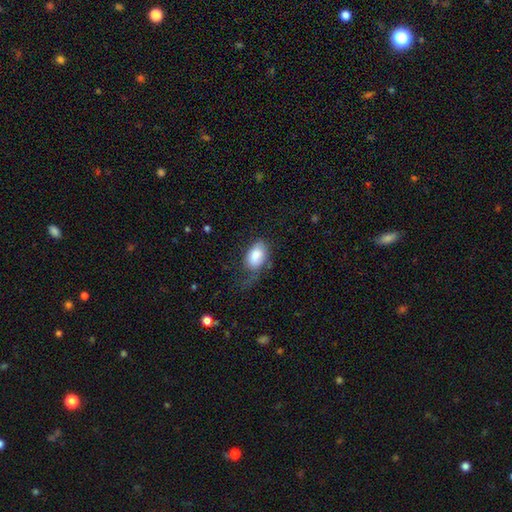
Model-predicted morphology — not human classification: smooth-or-featured: smooth: 82% | featured or disk: 12% | star or artifact: 7%
  how-rounded: in between: 91% | round: 7% | cigar-shaped: 2%
  merging: none: 38% | major disturbance: 30% | minor disturbance: 29% | merger: 3%